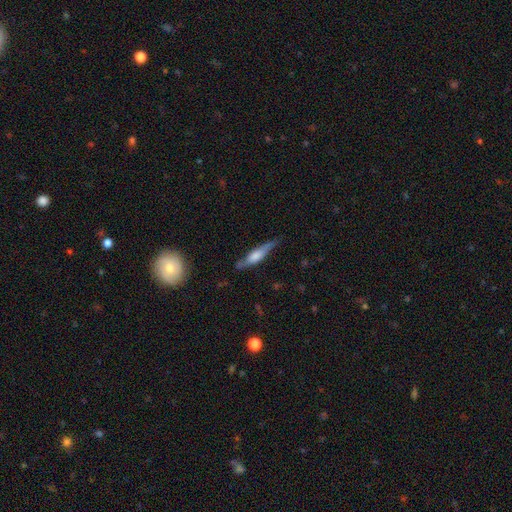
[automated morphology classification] type=featured or disk (52%); edge-on=yes (87%); merging=none (67%).